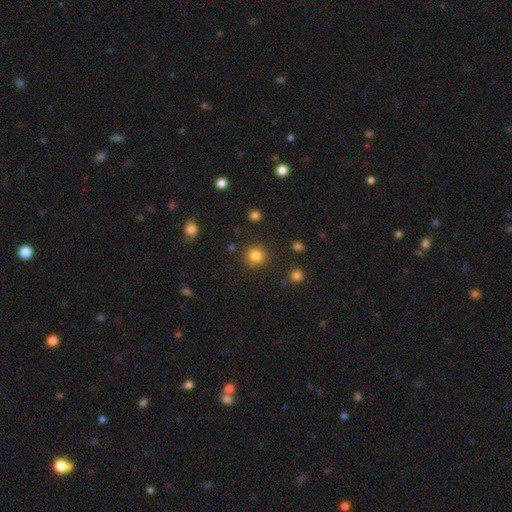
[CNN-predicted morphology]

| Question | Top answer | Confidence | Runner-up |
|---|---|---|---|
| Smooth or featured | smooth | 83% | star or artifact (12%) |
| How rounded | round | 93% | in between (6%) |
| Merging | none | 88% | minor disturbance (7%) |